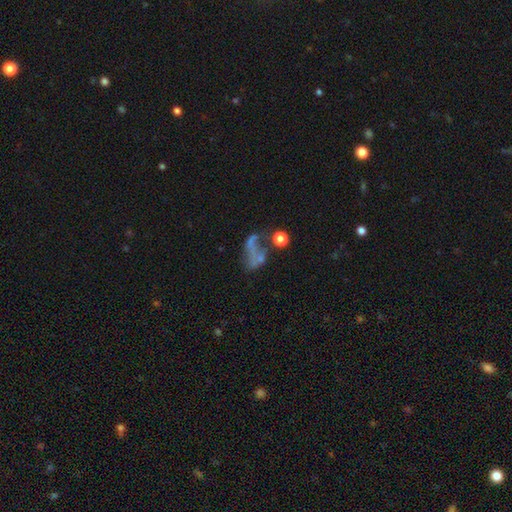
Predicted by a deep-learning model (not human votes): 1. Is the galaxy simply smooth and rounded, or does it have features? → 42% featured or disk, 37% smooth, 21% star or artifact.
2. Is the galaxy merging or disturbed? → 40% major disturbance, 24% none, 23% merger, 13% minor disturbance.